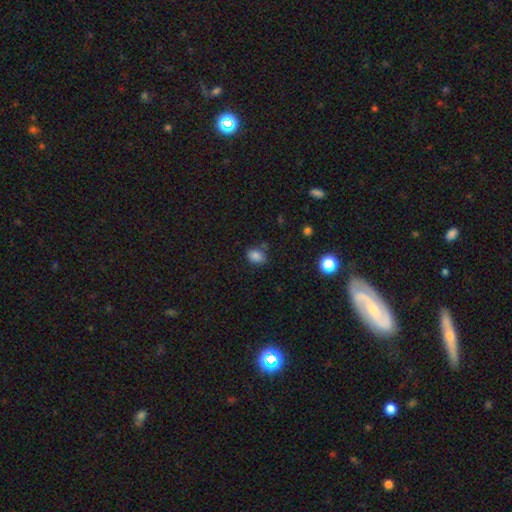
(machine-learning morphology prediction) smooth 83%, star or artifact 12%, featured or disk 5%. Down the decision tree: how rounded — in between (76%); merging — none (72%).